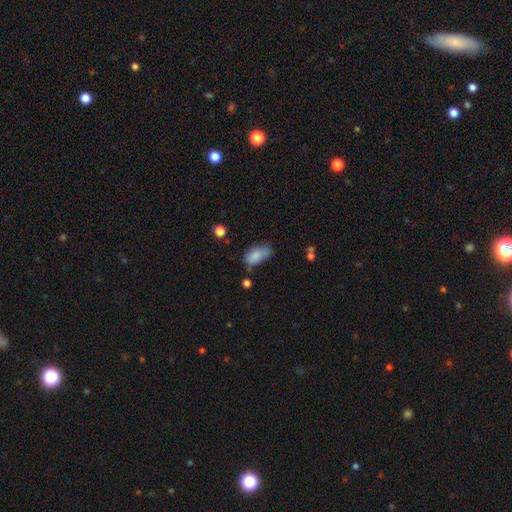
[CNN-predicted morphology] The model was most divided on "merging": none: 47%, minor disturbance: 34%, major disturbance: 12%, merger: 7%. More confident: how rounded — in between (90%); smooth or featured — smooth (82%).